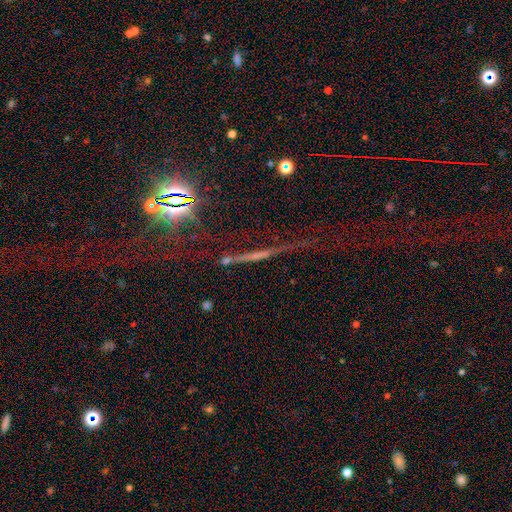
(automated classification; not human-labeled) A featured or disk galaxy (46%). Merging: none (71%).